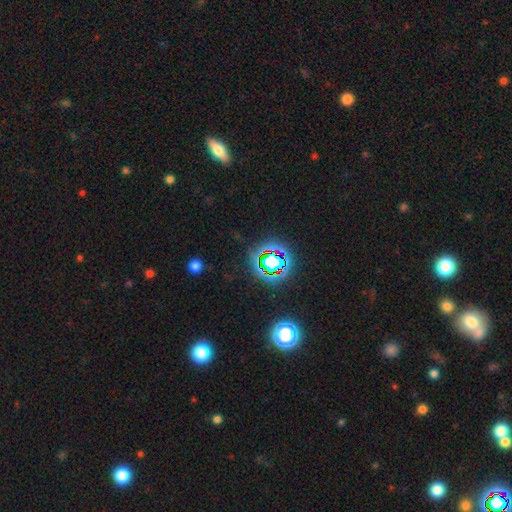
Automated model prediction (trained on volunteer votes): This is likely a star or artifact rather than a galaxy (65%).